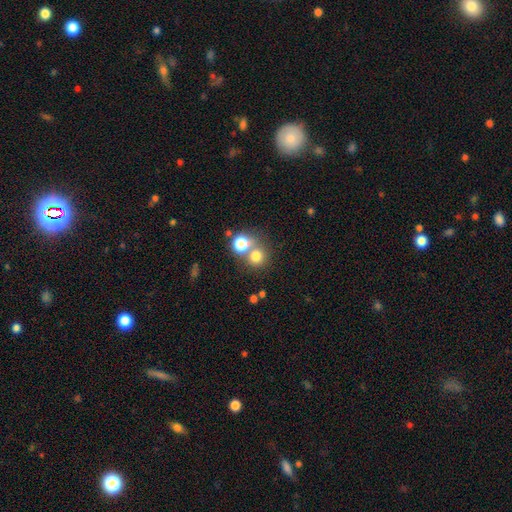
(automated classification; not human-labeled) A smooth galaxy with no disk features (73%) that is round (86%). Merging: none (54%).